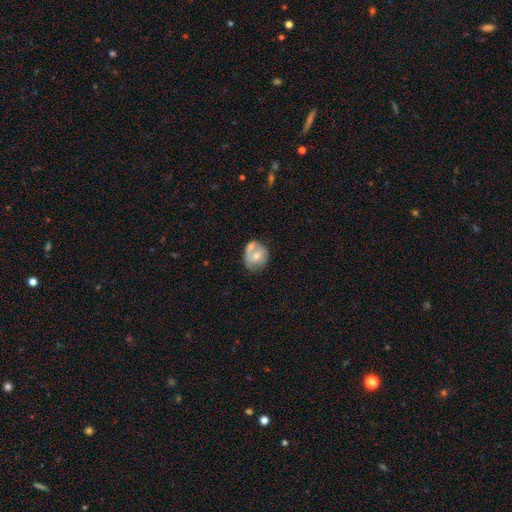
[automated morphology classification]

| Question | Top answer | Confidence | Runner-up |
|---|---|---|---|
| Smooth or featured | smooth | 54% | featured or disk (39%) |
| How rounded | round | 62% | in between (37%) |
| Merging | none | 35% | merger (34%) |